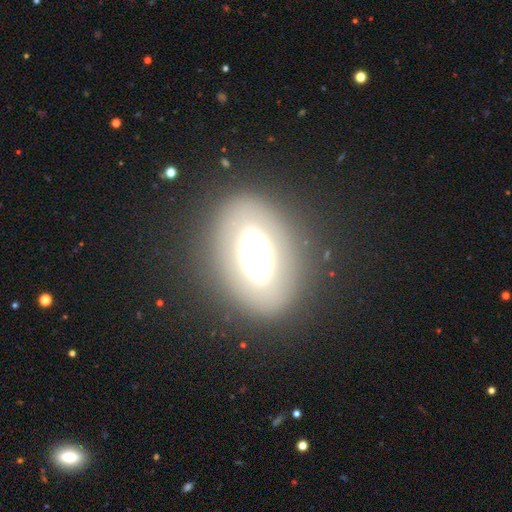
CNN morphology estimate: Q: Smooth or featured?
A: smooth (44%); tied with: featured or disk (44%)
Q: Merging?
A: none (81%); runner-up: minor disturbance (12%)